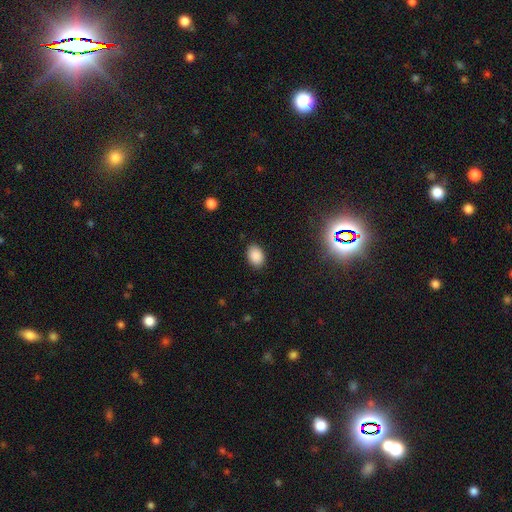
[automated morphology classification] Smooth or featured?
  - smooth: 88% *
  - star or artifact: 9%
  - featured or disk: 3%
How rounded?
  - in between: 83% *
  - round: 16%
  - cigar-shaped: 1%
Merging?
  - none: 88% *
  - minor disturbance: 9%
  - major disturbance: 2%
  - merger: 1%